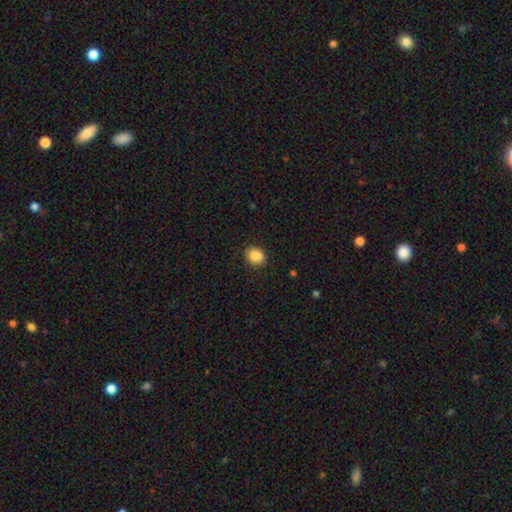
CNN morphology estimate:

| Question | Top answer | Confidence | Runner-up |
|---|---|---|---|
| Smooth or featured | smooth | 86% | star or artifact (9%) |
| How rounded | round | 52% | in between (47%) |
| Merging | none | 77% | minor disturbance (16%) |